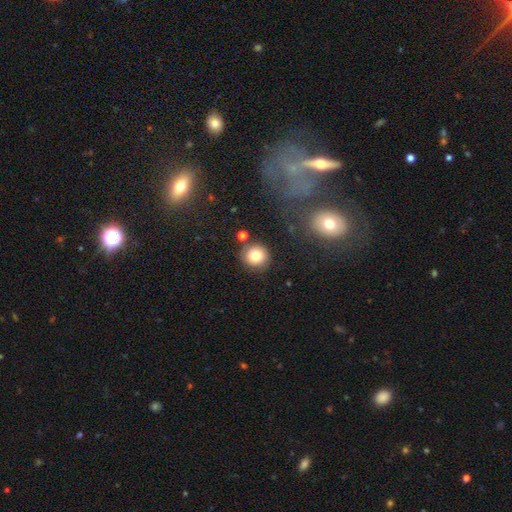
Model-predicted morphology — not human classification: The model was most divided on "smooth or featured": smooth: 81%, star or artifact: 11%, featured or disk: 9%. More confident: how rounded — round (91%); merging — none (83%).